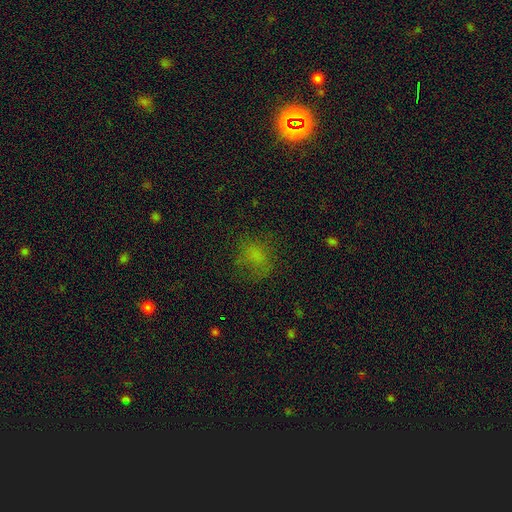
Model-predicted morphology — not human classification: A smooth galaxy with no disk features (64%) that is round (53%). Merging: none (60%).